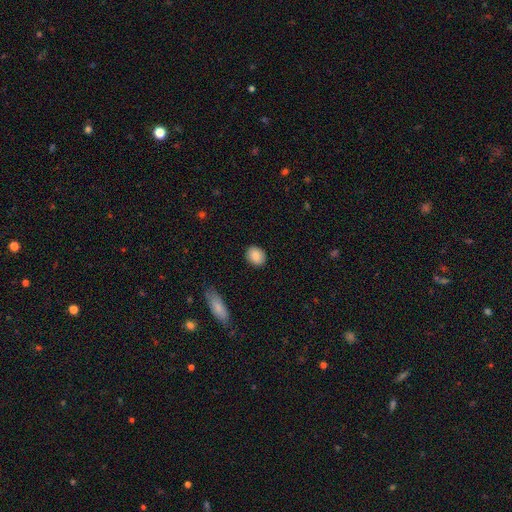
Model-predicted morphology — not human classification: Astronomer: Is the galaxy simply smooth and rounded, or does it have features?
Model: smooth — 86%.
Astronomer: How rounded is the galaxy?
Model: round — 52% (runner-up: in between, 46%).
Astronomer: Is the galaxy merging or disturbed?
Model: none — 89%.